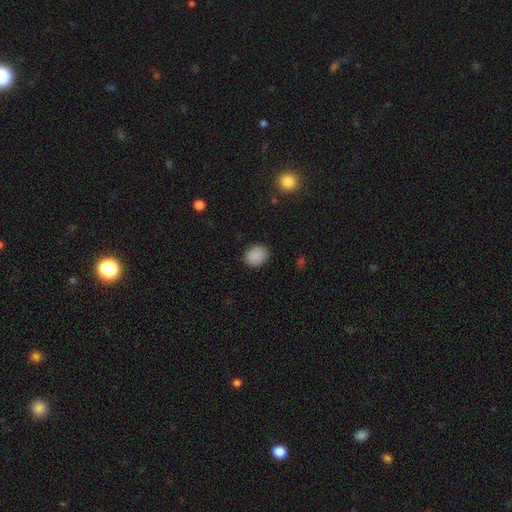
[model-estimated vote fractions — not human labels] This is clearly a smooth galaxy (88%). How rounded: possibly round (54%). Merging: clearly none (88%).